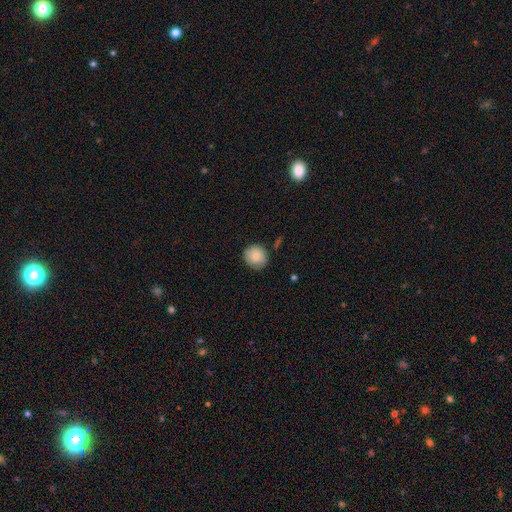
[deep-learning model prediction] A smooth galaxy with no disk features (85%) that is round (90%). Merging: none (83%).